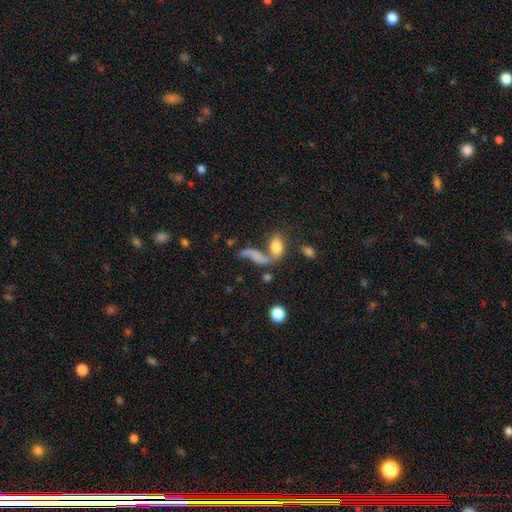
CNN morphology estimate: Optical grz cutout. It shows a featured or disk galaxy (44%). Merging: merger (43%).